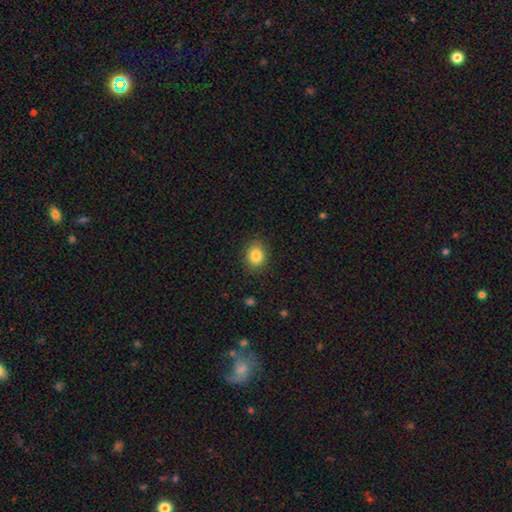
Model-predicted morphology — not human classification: This appears to be a smooth galaxy with no disk features (84%) that is round (59%). Merging: none (87%).